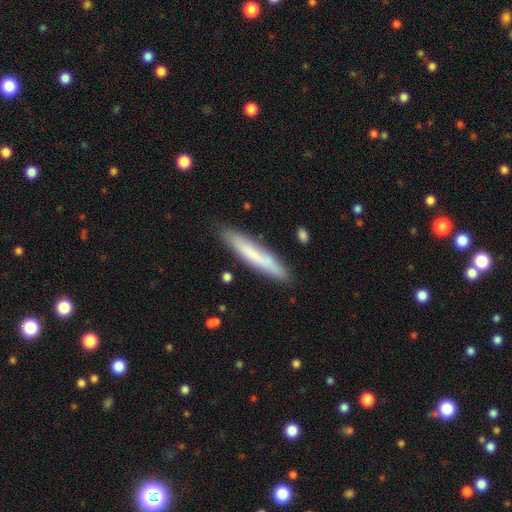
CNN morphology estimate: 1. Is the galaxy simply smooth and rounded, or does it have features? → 69% smooth, 25% featured or disk, 6% star or artifact.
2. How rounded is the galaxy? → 91% cigar-shaped, 7% in between, 1% round.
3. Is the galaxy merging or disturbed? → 83% none, 13% minor disturbance, 2% merger, 2% major disturbance.